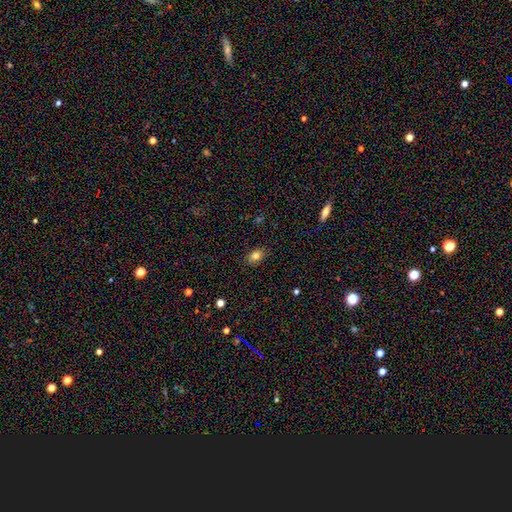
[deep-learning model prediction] Smooth or featured: smooth — 81% (star or artifact — 10%)
How rounded: in between — 80% (round — 19%)
Merging: none — 86% (minor disturbance — 10%)